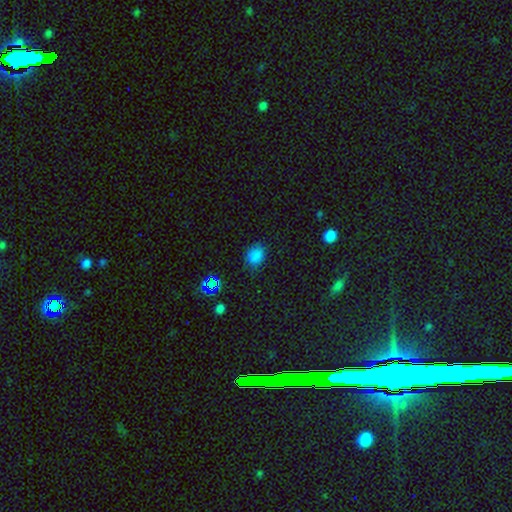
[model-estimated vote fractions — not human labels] This appears to be a smooth galaxy with no disk features (79%) that is round (52%). Merging: none (75%).